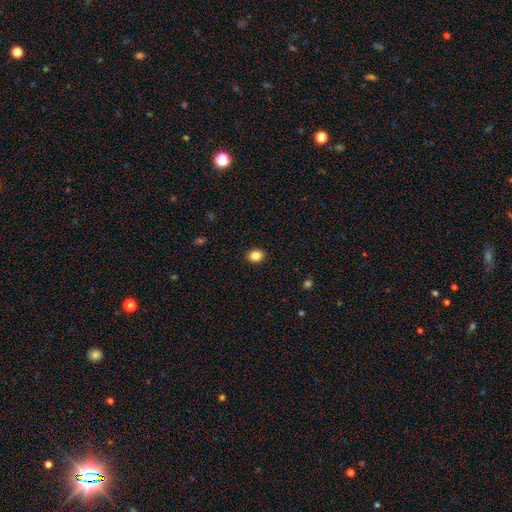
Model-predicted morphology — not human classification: Smooth or featured: smooth — 86% (star or artifact — 9%)
How rounded: in between — 61% (round — 38%)
Merging: none — 91% (minor disturbance — 7%)